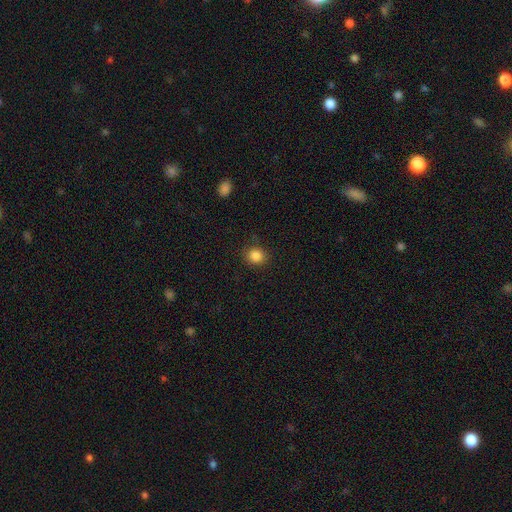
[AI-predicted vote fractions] Smooth or featured? Predicted: smooth (p=0.85). How rounded? Predicted: round (p=0.82). Merging? Predicted: none (p=0.86).